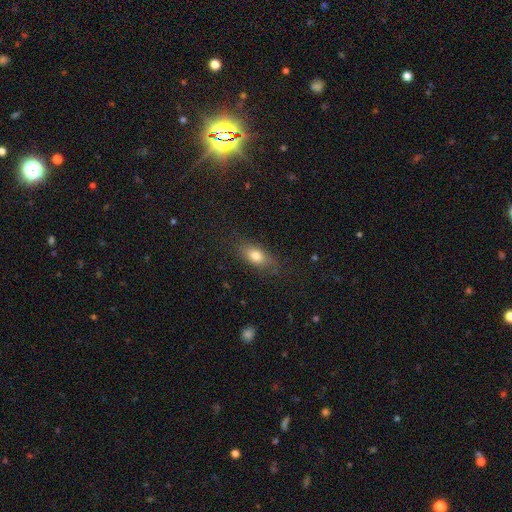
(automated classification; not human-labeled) This is likely a smooth galaxy (76%). How rounded: likely in between (79%). Merging: likely none (78%).